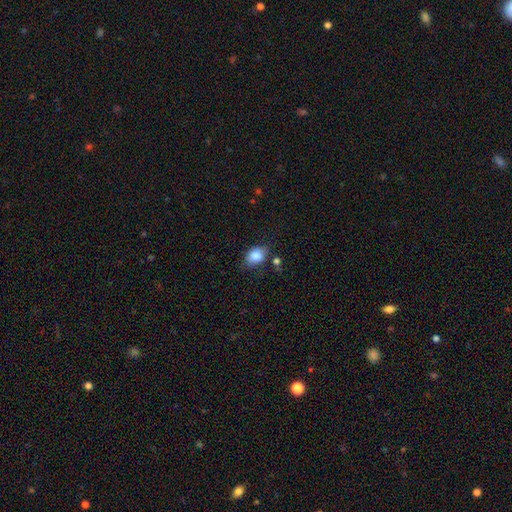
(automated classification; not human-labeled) Smooth or featured? Predicted: smooth (p=0.84). How rounded? Predicted: in between (p=0.73). Merging? Predicted: none (p=0.66).